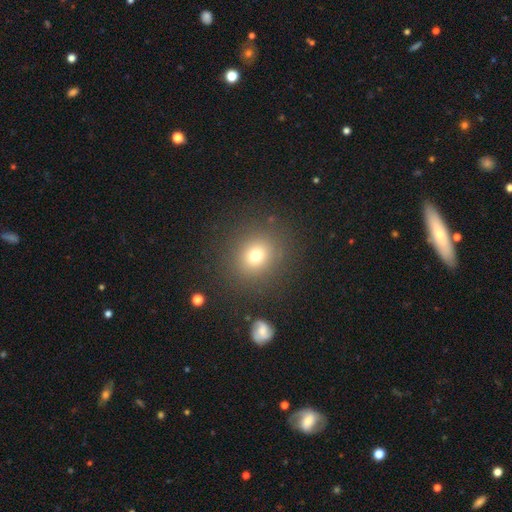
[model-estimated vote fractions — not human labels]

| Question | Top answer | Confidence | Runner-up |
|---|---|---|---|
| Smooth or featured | smooth | 73% | star or artifact (17%) |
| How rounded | round | 82% | in between (18%) |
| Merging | none | 86% | minor disturbance (8%) |